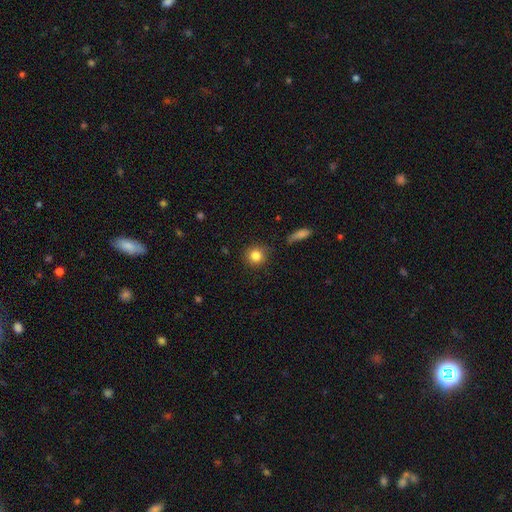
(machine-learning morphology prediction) smooth_or_featured: smooth (p=0.83) [alt: star or artifact p=0.10]
how_rounded: round (p=0.90) [alt: in between p=0.08]
merging: none (p=0.85) [alt: minor disturbance p=0.10]